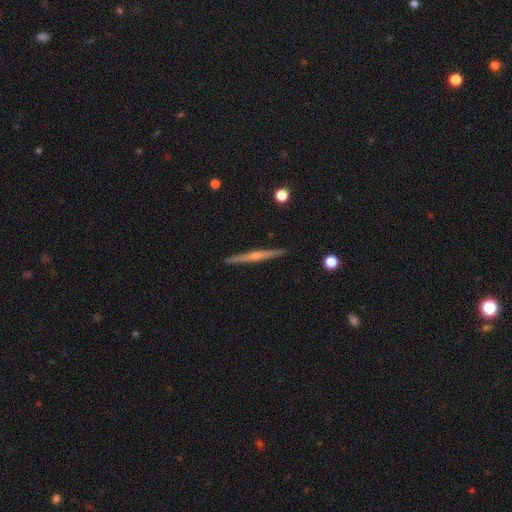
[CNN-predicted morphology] Q: Smooth or featured?
A: featured or disk (74%); runner-up: smooth (19%)
Q: Edge-on disk?
A: yes (98%); runner-up: no (2%)
Q: Edge-on bulge?
A: rounded (76%); runner-up: none (17%)
Q: Merging?
A: none (90%); runner-up: minor disturbance (7%)